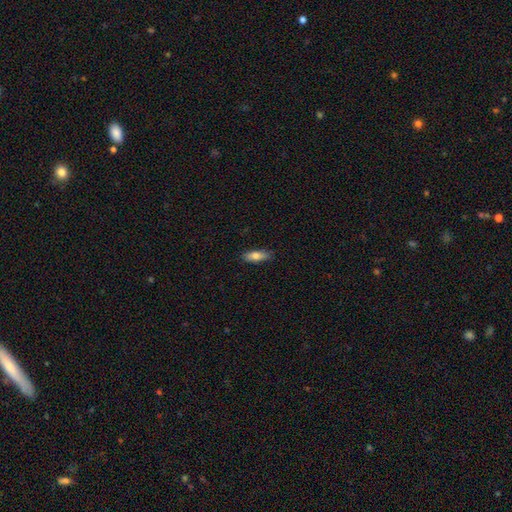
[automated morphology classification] smooth_or_featured: smooth (p=0.76) [alt: featured or disk p=0.17]
how_rounded: in between (p=0.60) [alt: cigar-shaped p=0.38]
merging: none (p=0.86) [alt: minor disturbance p=0.11]